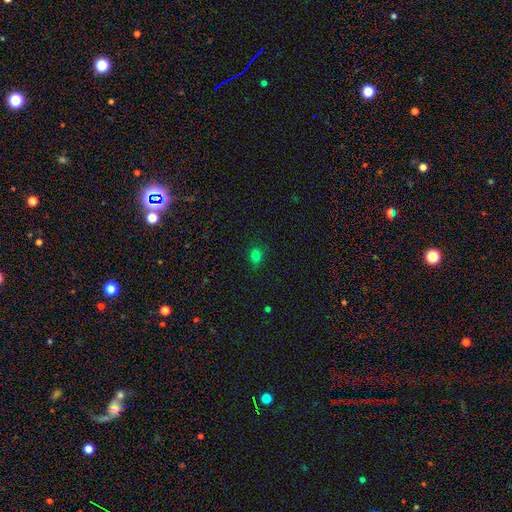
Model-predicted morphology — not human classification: This is likely a smooth galaxy (78%). How rounded: possibly round (51%). Merging: clearly none (84%).